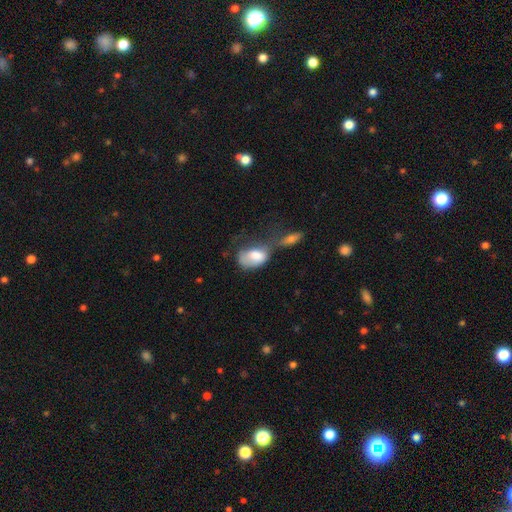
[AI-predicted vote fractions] Smooth or featured? smooth (70%)
How rounded? in between (87%)
Merging? merger (42%)